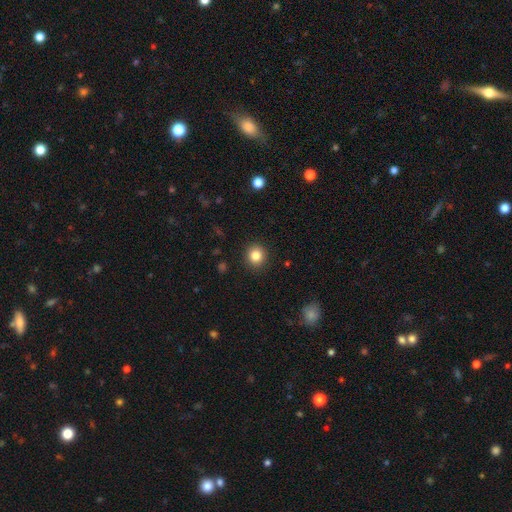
smooth-or-featured: smooth: 82% | star or artifact: 10% | featured or disk: 8%
  how-rounded: round: 94% | in between: 6% | cigar-shaped: 0%
  merging: none: 92% | minor disturbance: 8% | major disturbance: 0% | merger: 0%